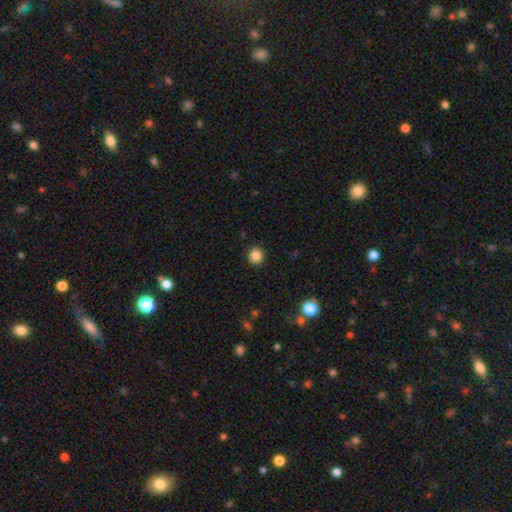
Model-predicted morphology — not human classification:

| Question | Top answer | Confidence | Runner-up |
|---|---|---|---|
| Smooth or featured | smooth | 86% | star or artifact (11%) |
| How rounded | round | 93% | in between (6%) |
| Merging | none | 92% | minor disturbance (5%) |